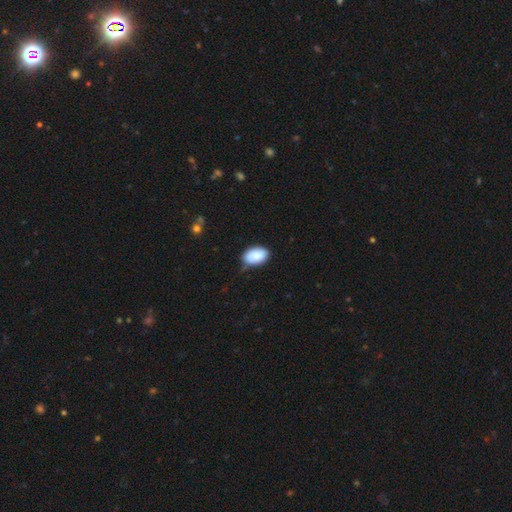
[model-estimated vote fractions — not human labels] Q: Smooth or featured?
A: smooth (88%); runner-up: star or artifact (7%)
Q: How rounded?
A: in between (91%); runner-up: round (7%)
Q: Merging?
A: none (66%); runner-up: minor disturbance (28%)